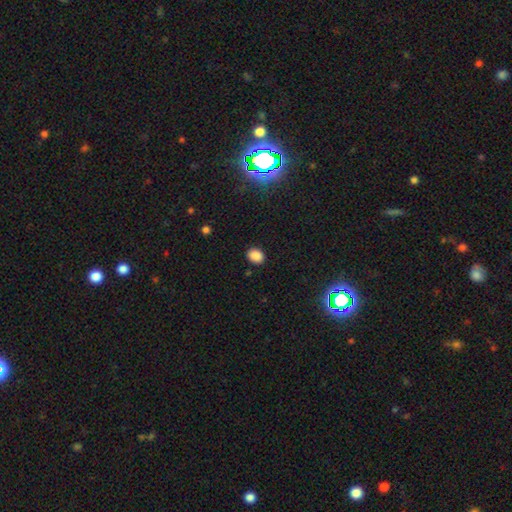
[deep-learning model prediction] This appears to be a smooth galaxy with no disk features (87%) that is in between round and cigar-shaped (58%). Merging: none (88%).